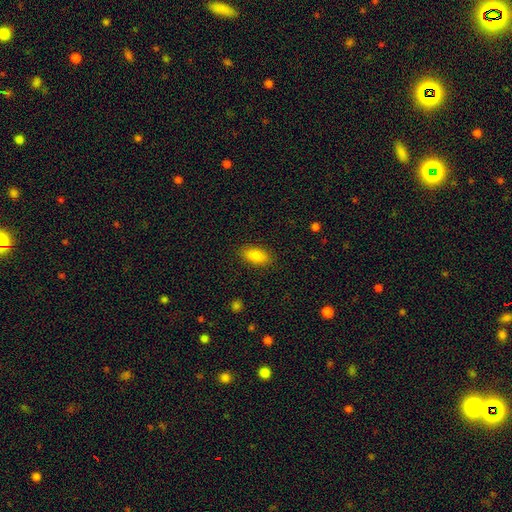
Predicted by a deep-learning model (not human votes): smooth_or_featured: smooth (p=0.85) [alt: star or artifact p=0.08]
how_rounded: in between (p=0.89) [alt: cigar-shaped p=0.08]
merging: none (p=0.88) [alt: minor disturbance p=0.09]